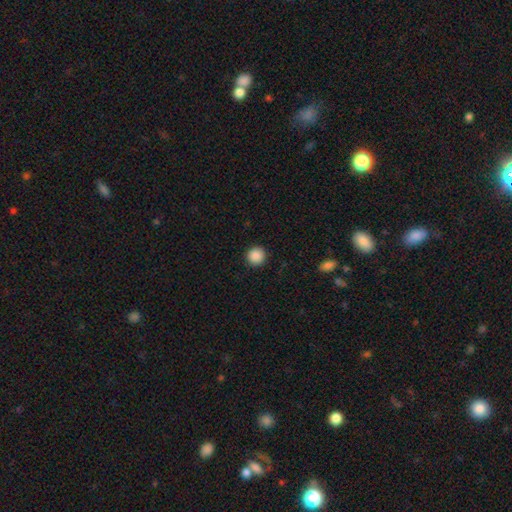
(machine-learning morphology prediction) A smooth galaxy with no disk features (89%) that is round (95%). Merging: none (92%).